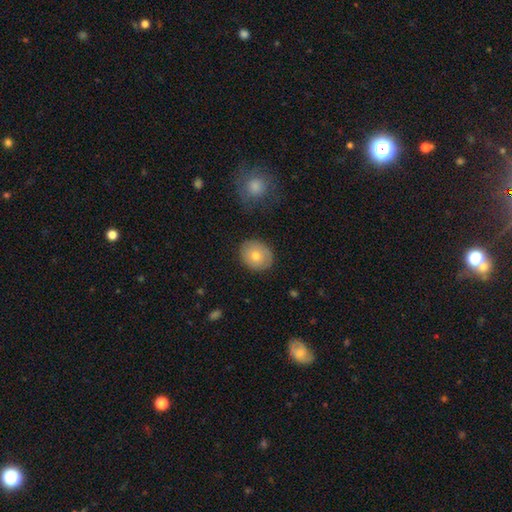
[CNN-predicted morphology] A smooth galaxy with no disk features (69%) that is round (64%).

Vote fractions:
- Smooth or featured? smooth: 69% / featured or disk: 22% / star or artifact: 8%
- How rounded? round: 64% / in between: 35% / cigar-shaped: 1%
- Merging? none: 85% / minor disturbance: 11% / major disturbance: 3% / merger: 2%